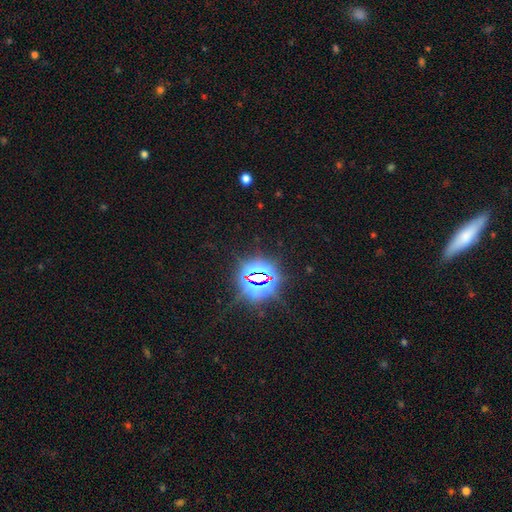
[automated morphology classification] star or artifact 76%, smooth 15%, featured or disk 9%.